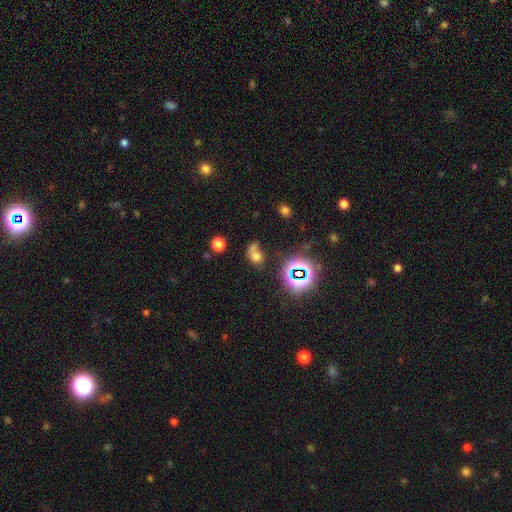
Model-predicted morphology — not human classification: smooth_or_featured: smooth (p=0.57) [alt: star or artifact p=0.28]
how_rounded: round (p=0.60) [alt: in between p=0.38]
merging: merger (p=0.41) [alt: none p=0.38]